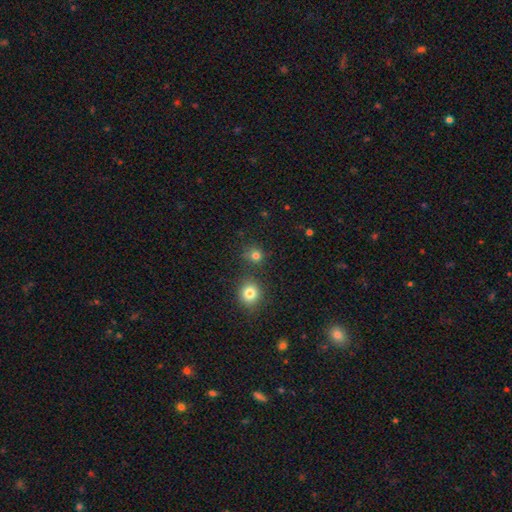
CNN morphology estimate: The model was most divided on "smooth or featured": smooth: 78%, star or artifact: 17%, featured or disk: 6%. More confident: how rounded — round (88%); merging — none (77%).